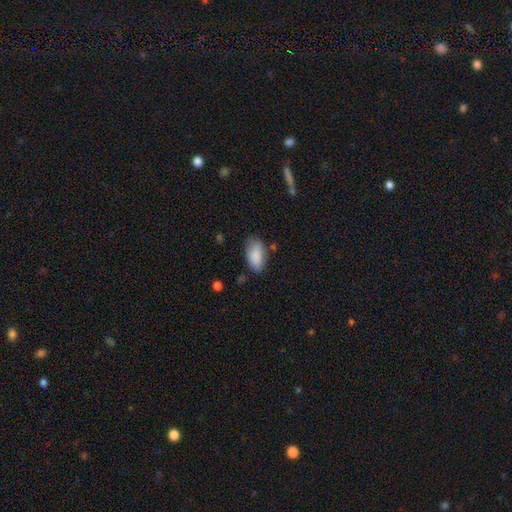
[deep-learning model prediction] A smooth galaxy with no disk features (87%) that is in between round and cigar-shaped (92%).

Vote fractions:
- Smooth or featured? smooth: 87% / star or artifact: 6% / featured or disk: 6%
- How rounded? in between: 92% / cigar-shaped: 4% / round: 3%
- Merging? none: 73% / minor disturbance: 20% / major disturbance: 4% / merger: 3%